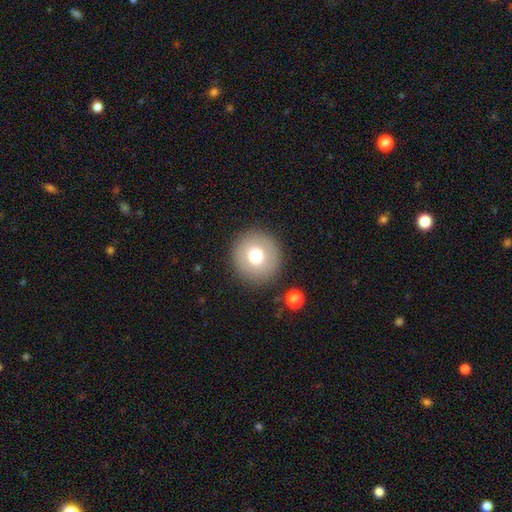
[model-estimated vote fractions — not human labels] Smooth or featured? smooth (72%)
How rounded? round (94%)
Merging? none (89%)